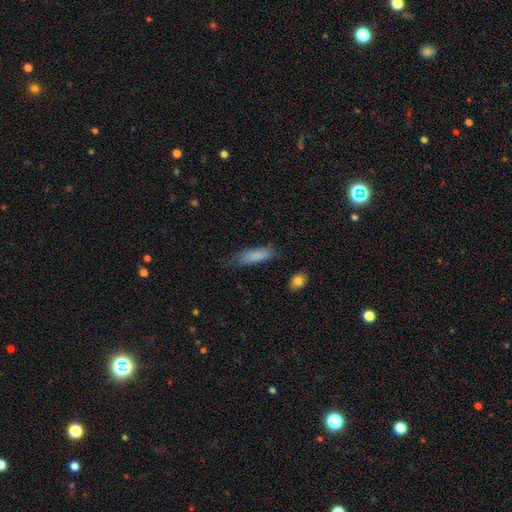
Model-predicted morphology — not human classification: The model was most divided on "how rounded": cigar-shaped: 51%, in between: 47%, round: 2%. More confident: smooth or featured — smooth (83%); merging — none (62%).